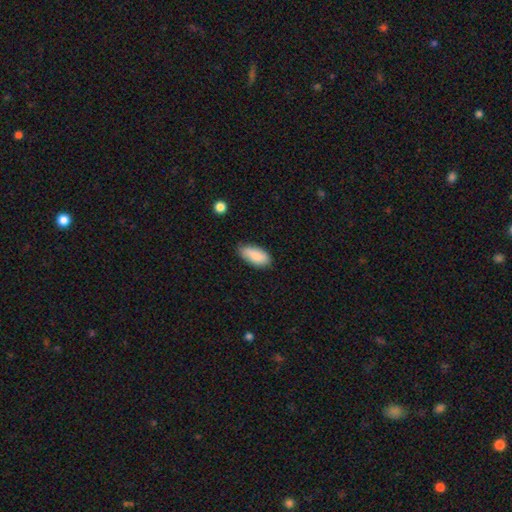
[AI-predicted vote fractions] Smooth or featured?
  - smooth: 86% *
  - featured or disk: 7%
  - star or artifact: 6%
How rounded?
  - in between: 89% *
  - cigar-shaped: 9%
  - round: 2%
Merging?
  - none: 78% *
  - minor disturbance: 18%
  - major disturbance: 3%
  - merger: 1%